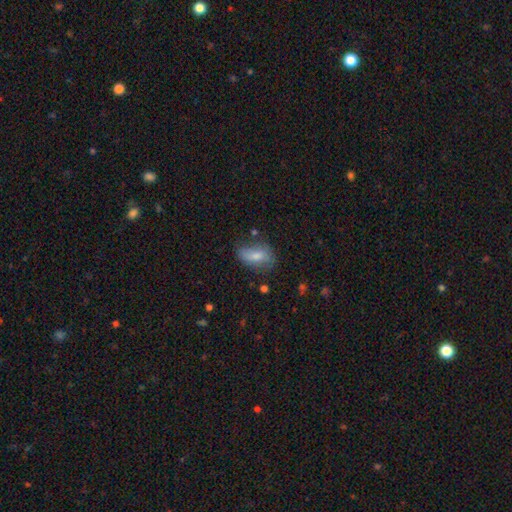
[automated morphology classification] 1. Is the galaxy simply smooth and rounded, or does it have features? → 72% smooth, 20% featured or disk, 8% star or artifact.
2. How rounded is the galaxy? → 87% in between, 8% round, 6% cigar-shaped.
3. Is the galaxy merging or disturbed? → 59% none, 27% minor disturbance, 10% major disturbance, 4% merger.